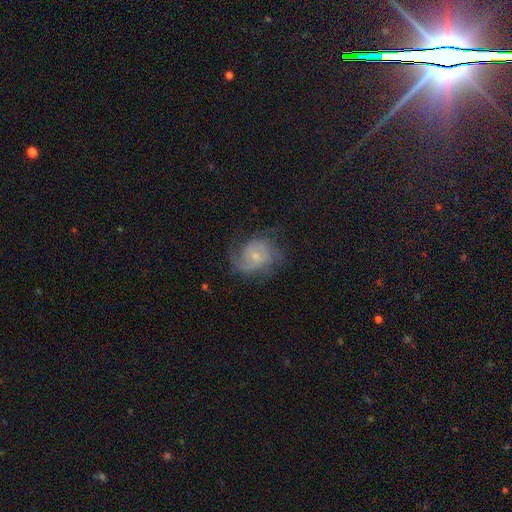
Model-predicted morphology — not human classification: This is likely a featured or disk galaxy (68%). It is clearly not viewed edge-on (97%). Bar: likely no (72%). Spiral arm pattern: clearly yes (89%). Spiral arm count: marginally 2 (37%). Spiral winding: marginally medium (42%). Central bulge: likely small (69%). Merging: possibly none (56%).